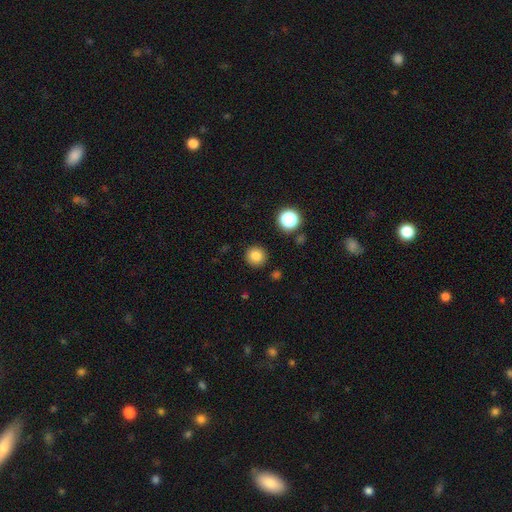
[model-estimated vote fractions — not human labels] smooth_or_featured: smooth (p=0.83) [alt: star or artifact p=0.12]
how_rounded: round (p=0.94) [alt: in between p=0.05]
merging: none (p=0.90) [alt: minor disturbance p=0.06]